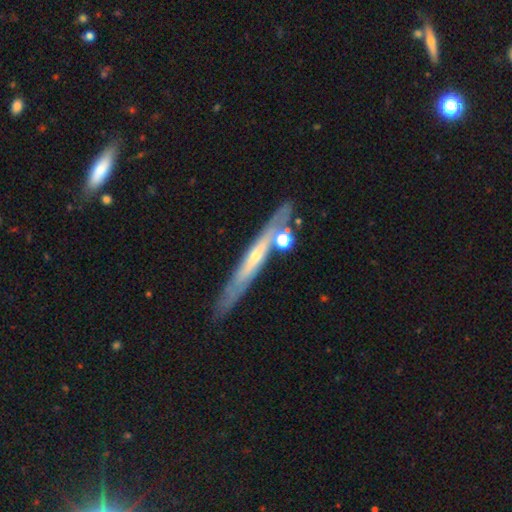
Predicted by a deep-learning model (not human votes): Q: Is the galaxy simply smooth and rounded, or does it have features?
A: featured or disk — 69%.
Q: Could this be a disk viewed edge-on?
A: yes — 80%.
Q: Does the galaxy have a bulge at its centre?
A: rounded — 51%.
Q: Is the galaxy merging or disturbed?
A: none — 76%.